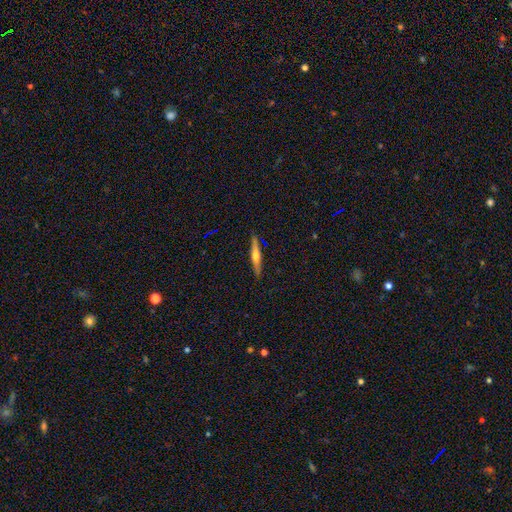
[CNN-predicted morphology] This is possibly a featured or disk galaxy (52%). It is clearly viewed edge-on (93%). Merging: clearly none (87%).